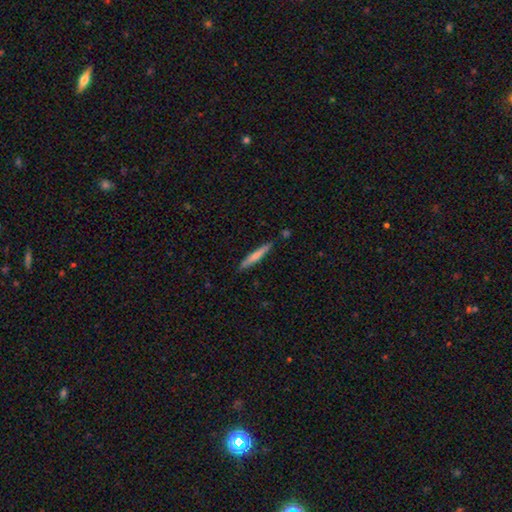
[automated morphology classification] Smooth or featured: smooth — 68% (featured or disk — 26%)
How rounded: cigar-shaped — 94% (in between — 5%)
Merging: none — 85% (minor disturbance — 11%)